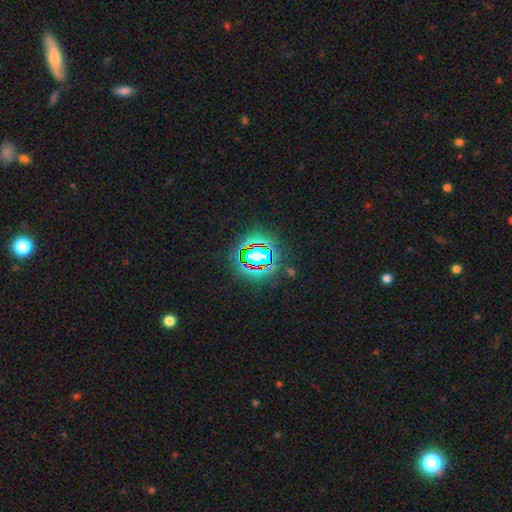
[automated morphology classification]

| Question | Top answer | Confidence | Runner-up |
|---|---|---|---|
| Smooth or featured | star or artifact | 68% | smooth (19%) |